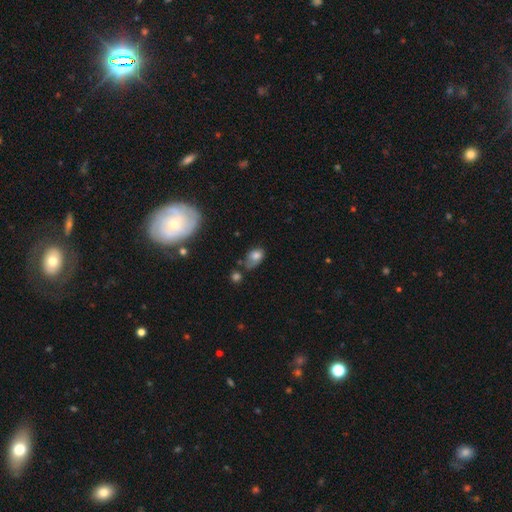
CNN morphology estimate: smooth_or_featured: smooth (p=0.74) [alt: featured or disk p=0.15]
how_rounded: in between (p=0.80) [alt: round p=0.18]
merging: minor disturbance (p=0.34) [tied with: none p=0.34]